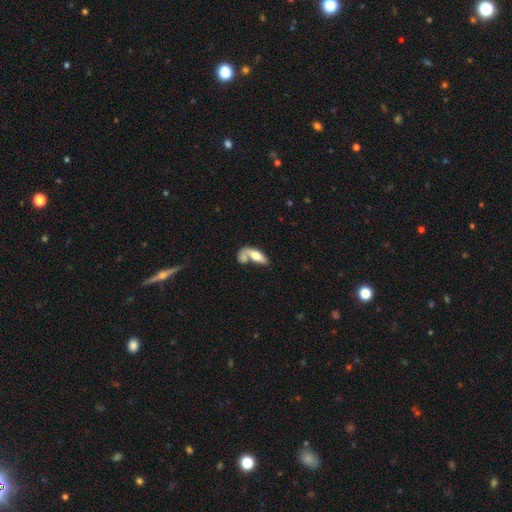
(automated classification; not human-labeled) Smooth or featured? smooth (65%)
How rounded? in between (73%)
Merging? merger (52%)